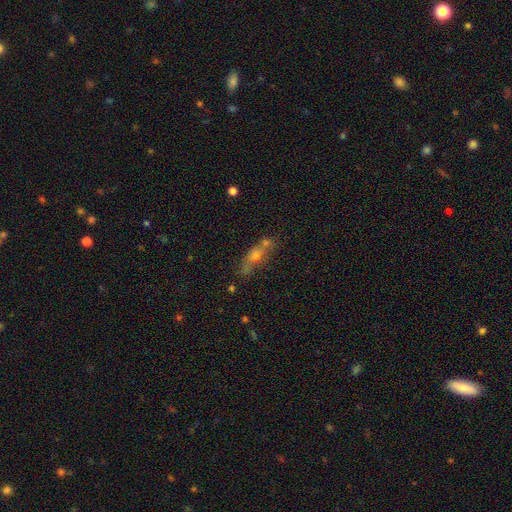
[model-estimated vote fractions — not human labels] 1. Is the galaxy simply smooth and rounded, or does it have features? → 48% smooth, 37% featured or disk, 15% star or artifact.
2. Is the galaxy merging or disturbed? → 48% none, 28% merger, 16% minor disturbance, 8% major disturbance.